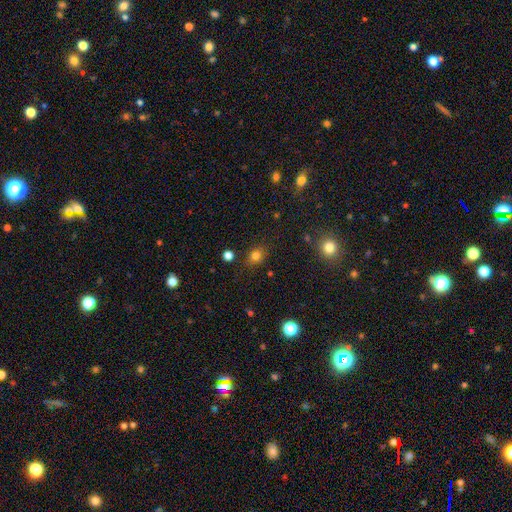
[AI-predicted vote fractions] Morphology: type=smooth (77%); roundness=round (59%); merging=none (79%).